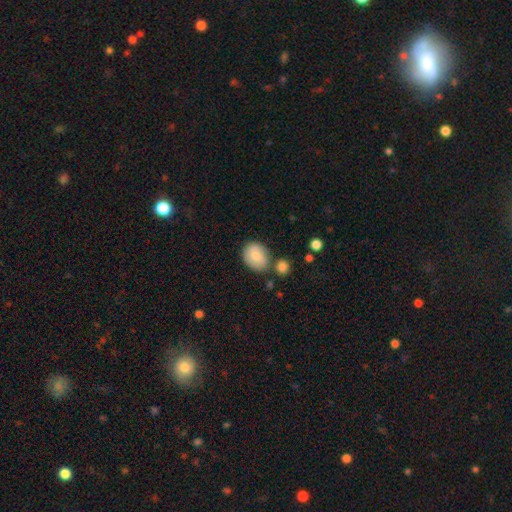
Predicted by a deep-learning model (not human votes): Smooth or featured? smooth (79%)
How rounded? in between (52%)
Merging? none (65%)